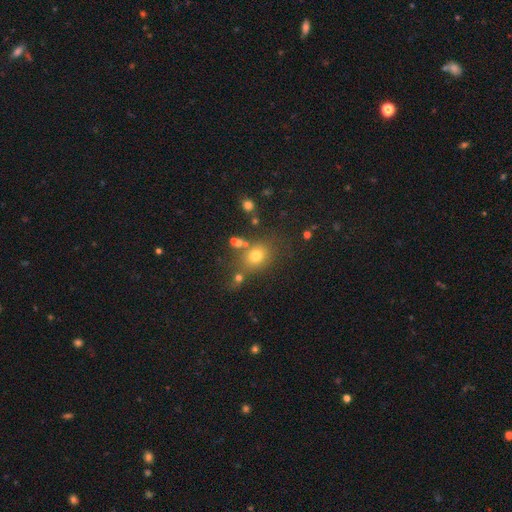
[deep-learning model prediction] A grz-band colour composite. It shows a smooth galaxy with no disk features (71%) that is round (60%). Merging: none (62%).